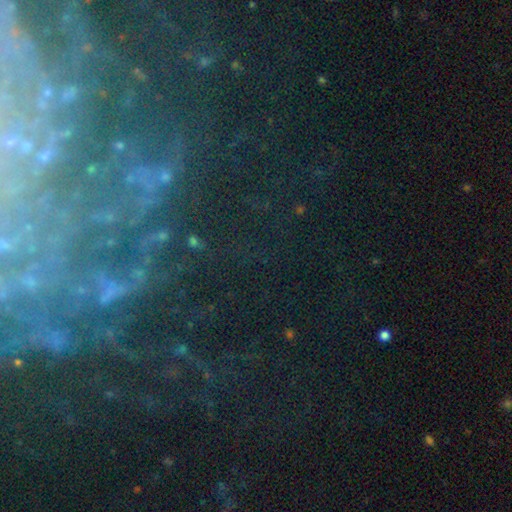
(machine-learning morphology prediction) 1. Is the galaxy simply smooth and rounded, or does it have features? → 56% featured or disk, 32% star or artifact, 12% smooth.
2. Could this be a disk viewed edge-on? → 91% no, 9% yes.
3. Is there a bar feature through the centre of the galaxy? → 57% no, 24% weak, 19% strong.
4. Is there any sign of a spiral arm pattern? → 75% yes, 25% no.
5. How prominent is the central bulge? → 61% small, 18% none, 14% moderate, 4% large, 3% dominant.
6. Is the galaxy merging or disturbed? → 69% none, 14% minor disturbance, 12% major disturbance, 5% merger.